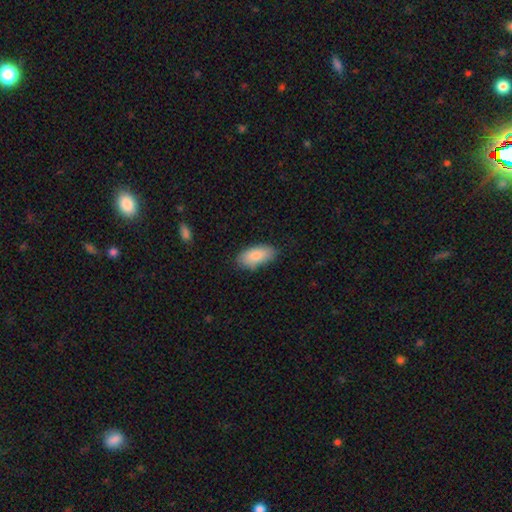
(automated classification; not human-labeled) A smooth galaxy with no disk features (85%) that is in between round and cigar-shaped (91%). Merging: none (78%).